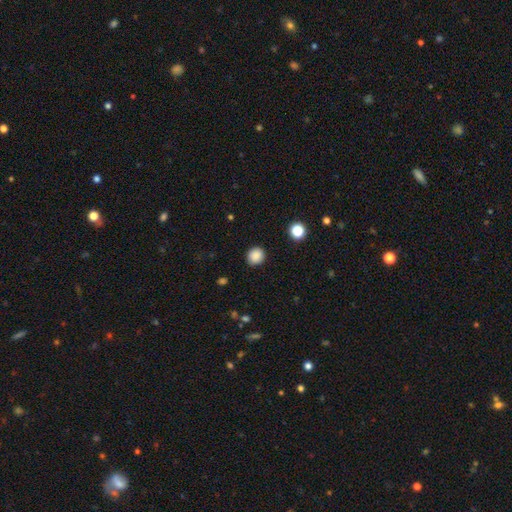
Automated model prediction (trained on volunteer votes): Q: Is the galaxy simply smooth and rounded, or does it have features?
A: smooth — 87%.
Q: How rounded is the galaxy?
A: round — 85%.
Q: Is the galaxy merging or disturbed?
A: none — 89%.